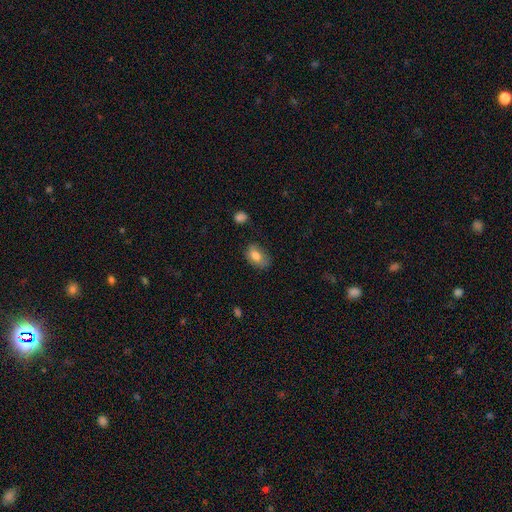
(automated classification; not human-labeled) Smooth or featured? smooth (80%)
How rounded? in between (87%)
Merging? none (68%)